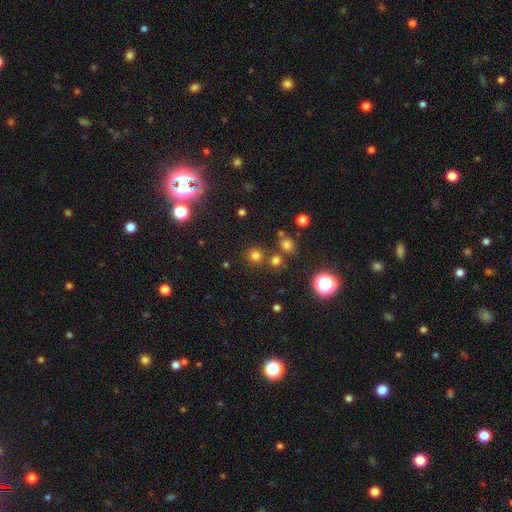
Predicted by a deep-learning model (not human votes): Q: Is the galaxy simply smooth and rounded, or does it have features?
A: smooth — 70%.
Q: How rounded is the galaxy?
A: round — 93%.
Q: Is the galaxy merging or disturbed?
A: none — 79%.